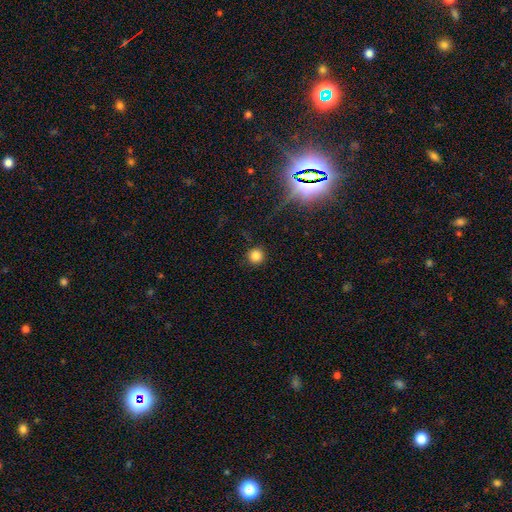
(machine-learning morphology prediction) Smooth or featured: smooth — 81% (star or artifact — 14%)
How rounded: round — 95% (in between — 4%)
Merging: none — 90% (minor disturbance — 6%)